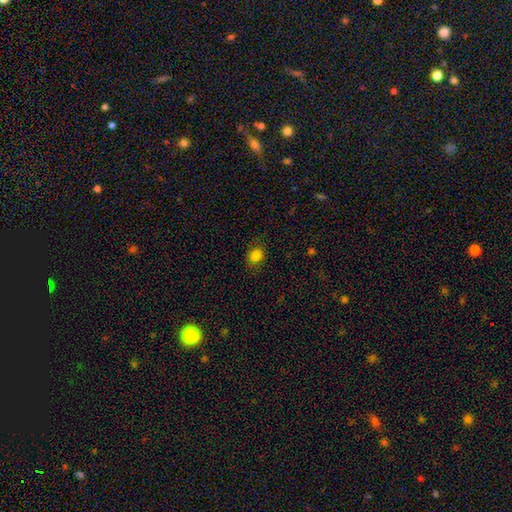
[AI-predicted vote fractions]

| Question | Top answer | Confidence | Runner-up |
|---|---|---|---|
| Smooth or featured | smooth | 82% | star or artifact (14%) |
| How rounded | round | 65% | in between (34%) |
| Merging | none | 83% | minor disturbance (12%) |